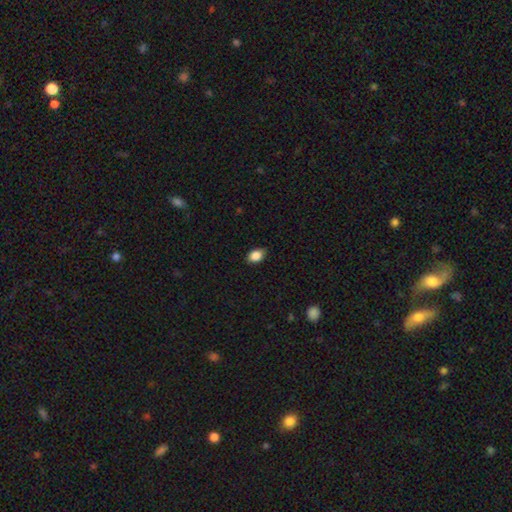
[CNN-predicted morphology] A smooth galaxy with no disk features (86%) that is in between round and cigar-shaped (81%).

Vote fractions:
- Smooth or featured? smooth: 86% / star or artifact: 8% / featured or disk: 5%
- How rounded? in between: 81% / round: 18% / cigar-shaped: 2%
- Merging? none: 82% / minor disturbance: 15% / major disturbance: 2% / merger: 1%